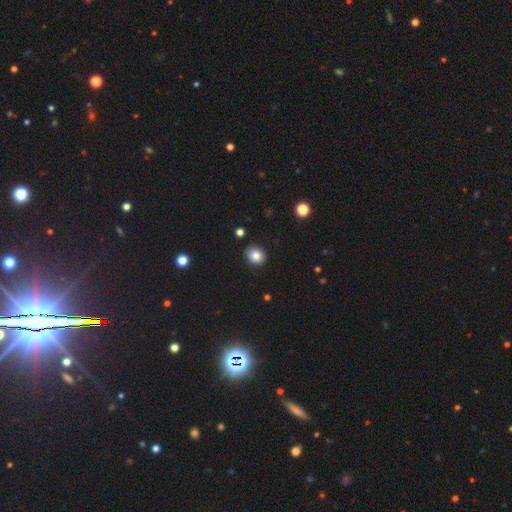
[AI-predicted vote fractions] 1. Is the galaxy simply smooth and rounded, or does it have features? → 84% smooth, 10% star or artifact, 6% featured or disk.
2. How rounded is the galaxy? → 69% round, 30% in between, 1% cigar-shaped.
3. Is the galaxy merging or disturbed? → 86% none, 10% minor disturbance, 2% major disturbance, 1% merger.